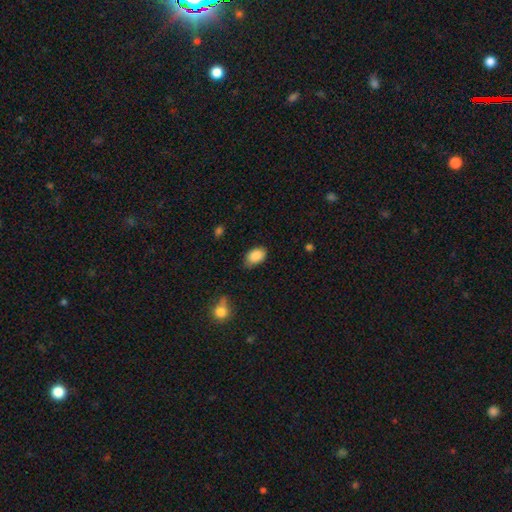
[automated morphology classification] Smooth or featured? Predicted: smooth (p=0.87). How rounded? Predicted: in between (p=0.87). Merging? Predicted: none (p=0.73).